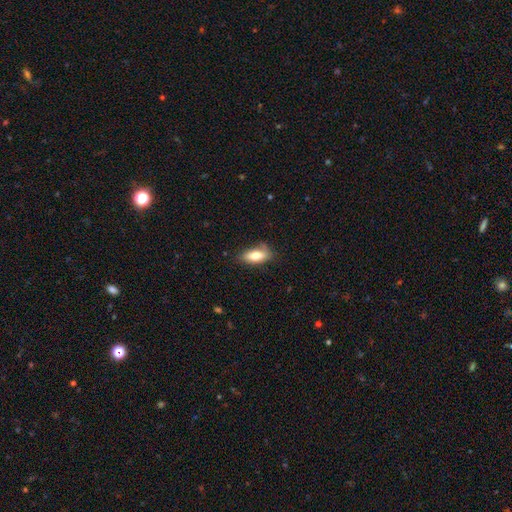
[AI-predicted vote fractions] A smooth galaxy with no disk features (74%) that is in between round and cigar-shaped (82%).

Vote fractions:
- Smooth or featured? smooth: 74% / featured or disk: 19% / star or artifact: 7%
- How rounded? in between: 82% / cigar-shaped: 14% / round: 4%
- Merging? none: 71% / minor disturbance: 22% / major disturbance: 5% / merger: 2%